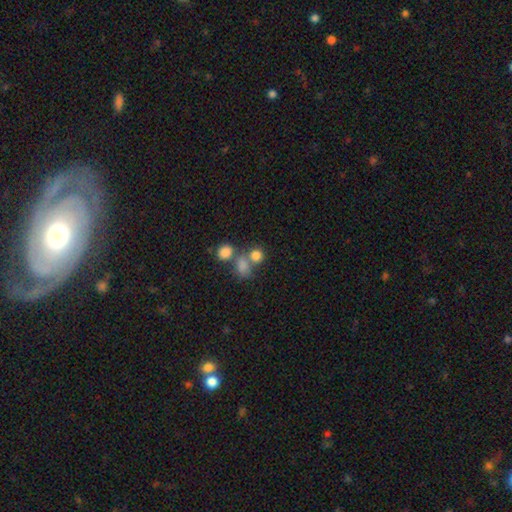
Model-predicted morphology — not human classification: A smooth galaxy with no disk features (78%) that is round (72%).

Vote fractions:
- Smooth or featured? smooth: 78% / star or artifact: 13% / featured or disk: 9%
- How rounded? round: 72% / in between: 26% / cigar-shaped: 1%
- Merging? none: 47% / merger: 40% / minor disturbance: 9% / major disturbance: 5%